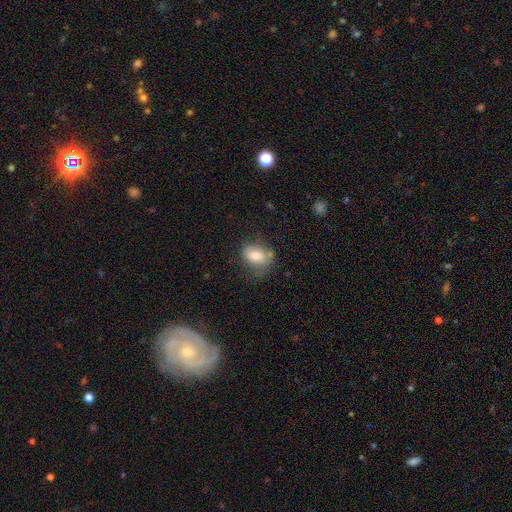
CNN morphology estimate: smooth_or_featured: smooth (p=0.73) [alt: featured or disk p=0.18]
how_rounded: in between (p=0.74) [alt: round p=0.24]
merging: none (p=0.58) [alt: minor disturbance p=0.26]